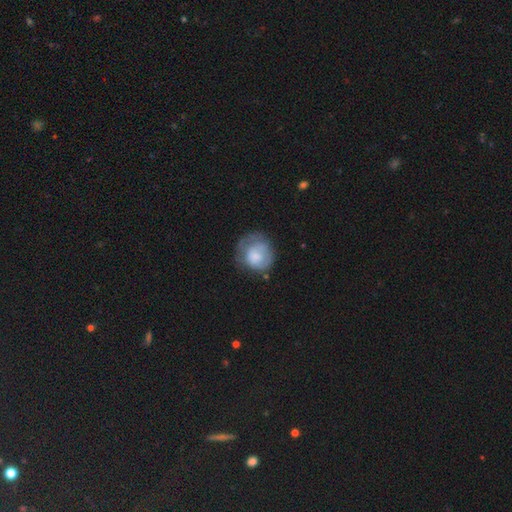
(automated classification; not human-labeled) Smooth or featured: smooth — 58% (featured or disk — 34%)
How rounded: round — 76% (in between — 23%)
Merging: none — 45% (minor disturbance — 29%)